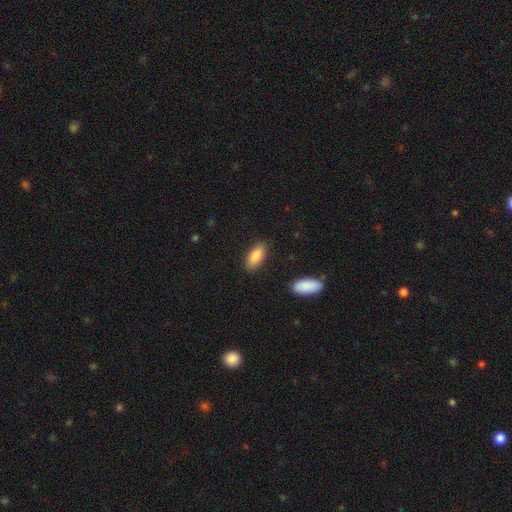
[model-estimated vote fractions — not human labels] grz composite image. It shows a smooth galaxy with no disk features (86%) that is in between round and cigar-shaped (83%). Merging: none (85%).